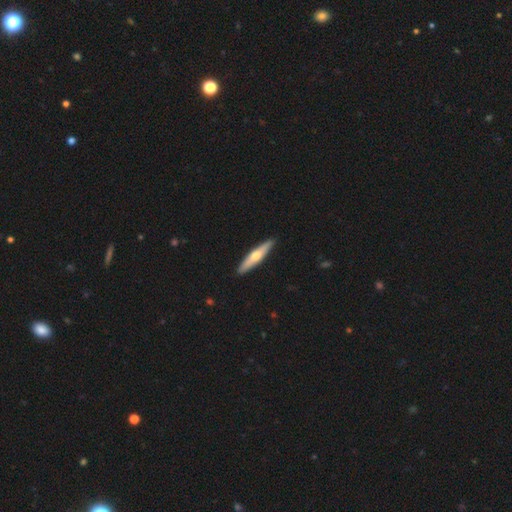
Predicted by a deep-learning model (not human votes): Smooth or featured: featured or disk — 49% (smooth — 46%)
Merging: none — 91% (minor disturbance — 7%)